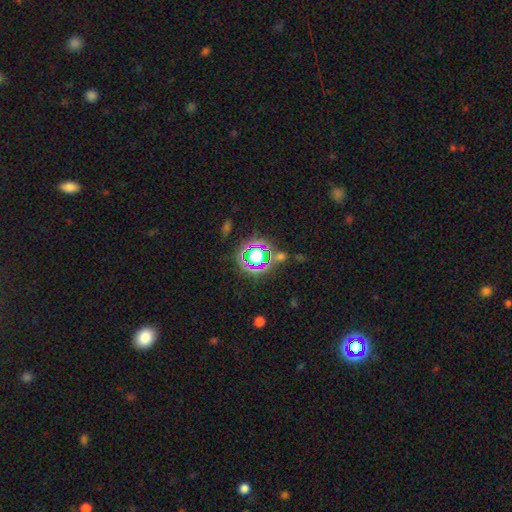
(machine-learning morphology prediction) A star or artifact, not a galaxy (57%).